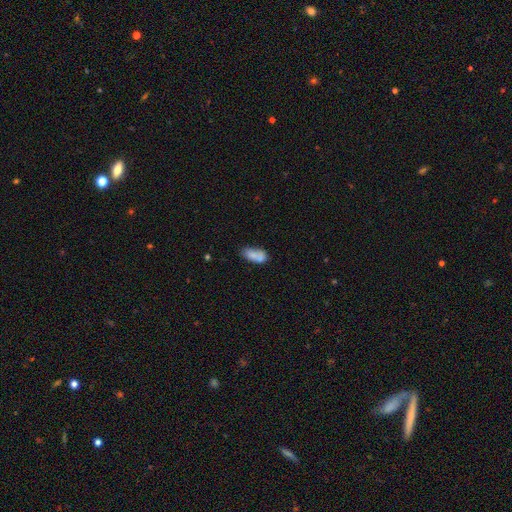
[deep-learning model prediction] smooth 75%, featured or disk 17%, star or artifact 8%. Down the decision tree: how rounded — in between (84%); merging — none (48%).